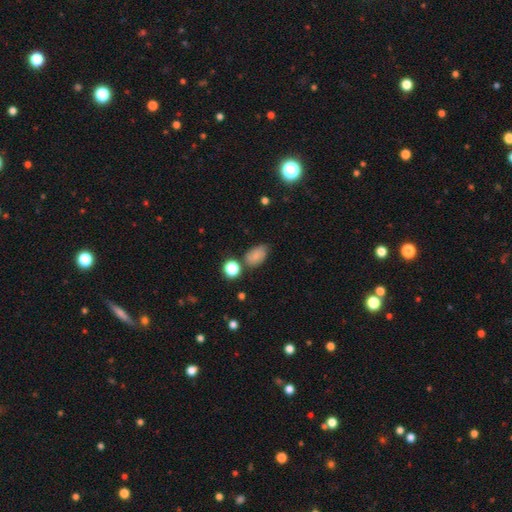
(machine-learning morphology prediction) smooth-or-featured: smooth: 75% | featured or disk: 13% | star or artifact: 12%
  how-rounded: in between: 84% | round: 15% | cigar-shaped: 2%
  merging: none: 59% | minor disturbance: 27% | merger: 7% | major disturbance: 6%